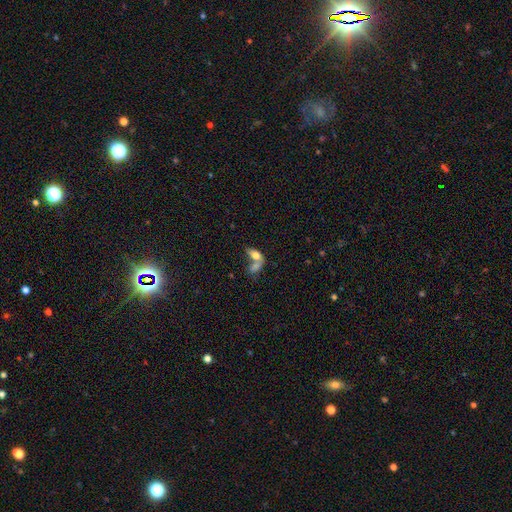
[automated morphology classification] Smooth or featured: smooth — 71% (featured or disk — 20%)
How rounded: in between — 83% (cigar-shaped — 11%)
Merging: merger — 65% (none — 20%)